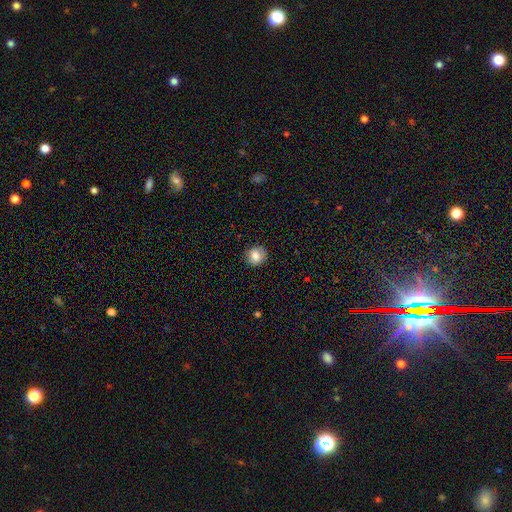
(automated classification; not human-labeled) smooth-or-featured: smooth: 85% | star or artifact: 9% | featured or disk: 6%
  how-rounded: round: 87% | in between: 12% | cigar-shaped: 1%
  merging: none: 88% | minor disturbance: 9% | major disturbance: 2% | merger: 1%